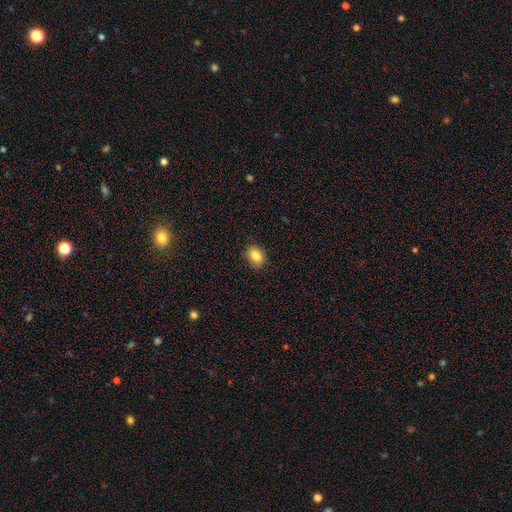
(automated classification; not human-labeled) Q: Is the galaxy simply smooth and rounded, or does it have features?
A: smooth — 84%.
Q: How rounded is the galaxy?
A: in between — 67%.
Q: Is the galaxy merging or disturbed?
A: none — 86%.